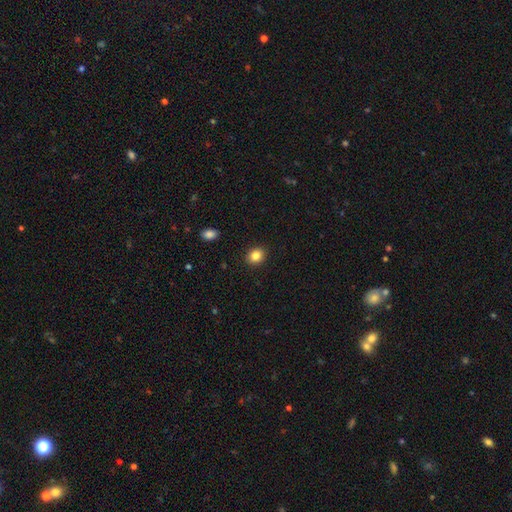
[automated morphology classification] This is clearly a smooth galaxy (85%). How rounded: likely round (63%). Merging: clearly none (91%).